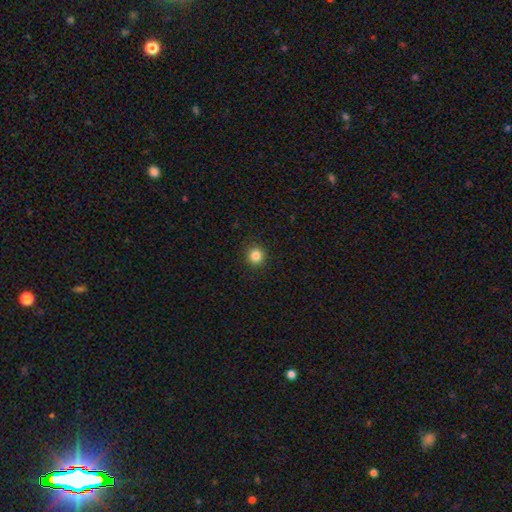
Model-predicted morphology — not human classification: Smooth or featured? smooth (85%)
How rounded? round (93%)
Merging? none (92%)